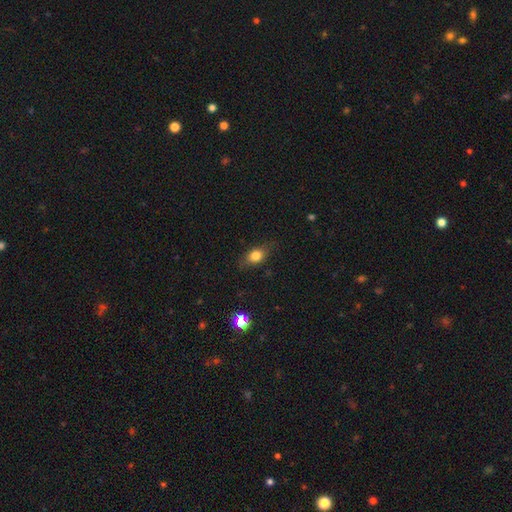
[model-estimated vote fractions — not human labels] smooth_or_featured: smooth (p=0.76) [alt: featured or disk p=0.14]
how_rounded: in between (p=0.70) [alt: round p=0.23]
merging: none (p=0.76) [alt: minor disturbance p=0.18]